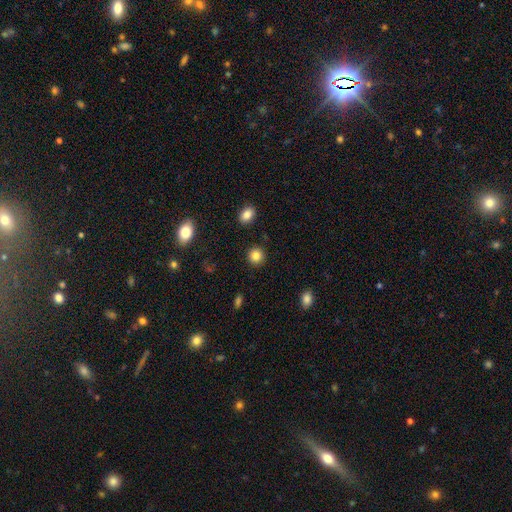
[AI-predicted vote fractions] Smooth or featured? smooth (86%)
How rounded? round (90%)
Merging? none (91%)